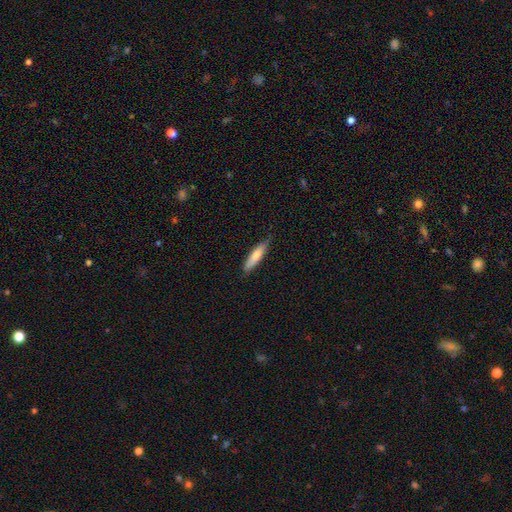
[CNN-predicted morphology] Smooth or featured? smooth (70%)
How rounded? cigar-shaped (80%)
Merging? none (78%)